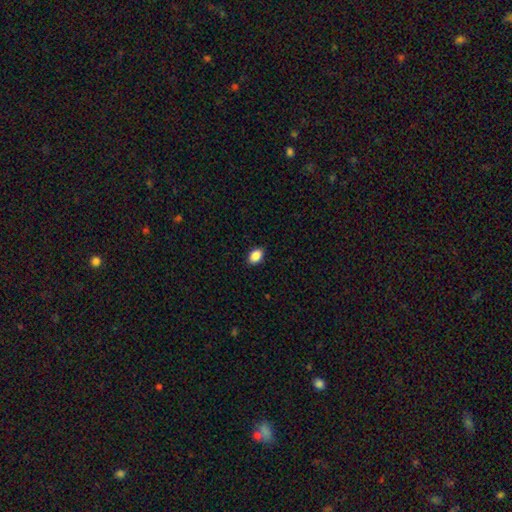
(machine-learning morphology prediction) type=smooth (89%); roundness=in between (84%); merging=none (89%).